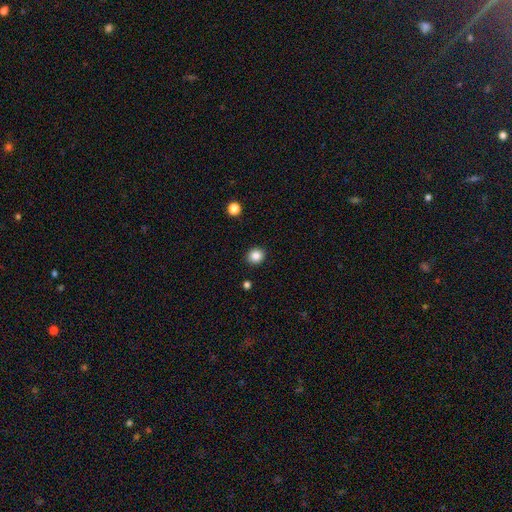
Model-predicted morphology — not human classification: Overall: smooth (85%). How rounded: round (81%). Merging: none (91%).